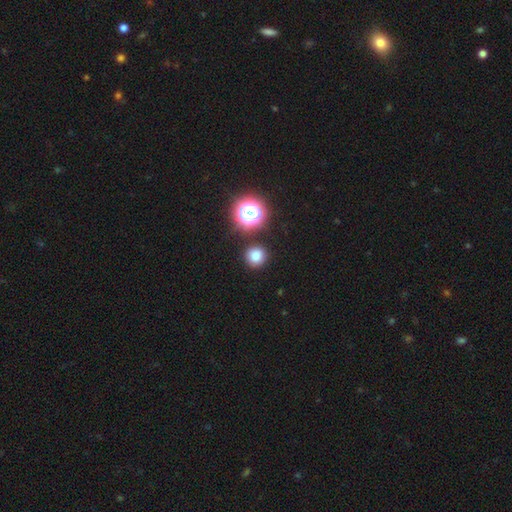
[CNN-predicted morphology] A smooth galaxy with no disk features (78%) that is round (94%).

Vote fractions:
- Smooth or featured? smooth: 78% / star or artifact: 16% / featured or disk: 5%
- How rounded? round: 94% / in between: 5% / cigar-shaped: 1%
- Merging? none: 87% / minor disturbance: 6% / merger: 4% / major disturbance: 3%